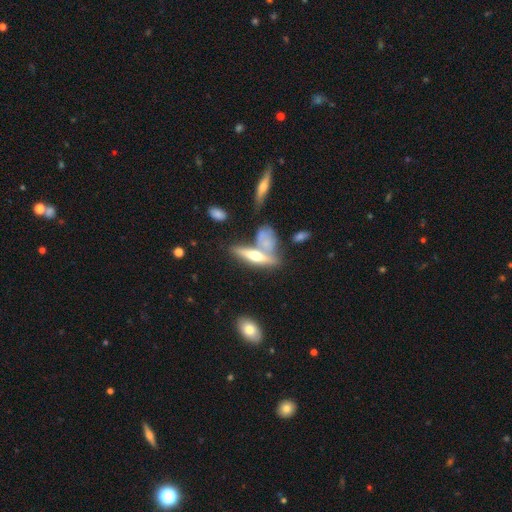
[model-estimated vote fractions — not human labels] Q: Smooth or featured?
A: featured or disk (54%); runner-up: smooth (39%)
Q: Edge-on disk?
A: yes (87%); runner-up: no (13%)
Q: Merging?
A: none (47%); runner-up: merger (34%)